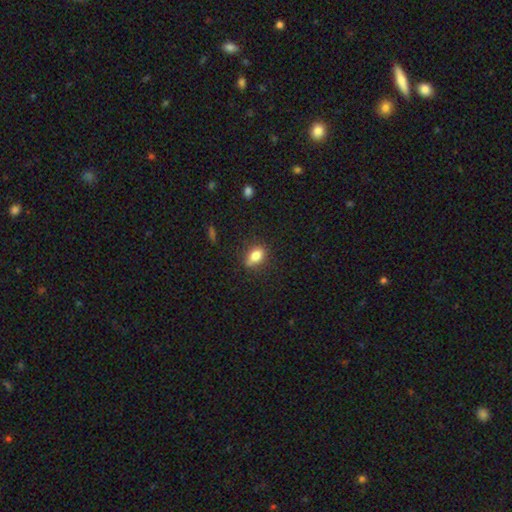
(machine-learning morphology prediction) A smooth galaxy with no disk features (80%) that is in between round and cigar-shaped (78%). Merging: none (72%).